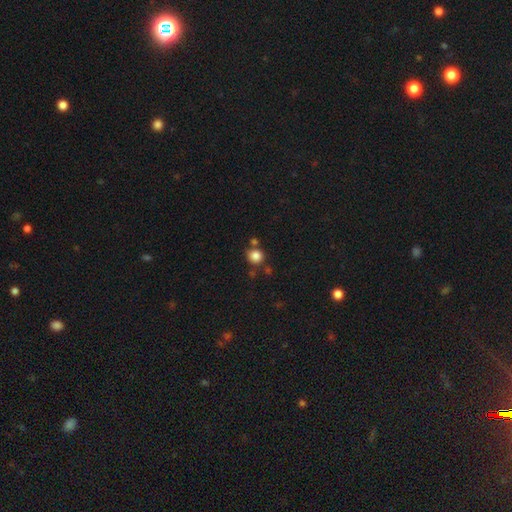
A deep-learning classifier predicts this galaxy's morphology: smooth-or-featured: smooth: 83% | star or artifact: 11% | featured or disk: 5%
  how-rounded: round: 86% | in between: 13% | cigar-shaped: 1%
  merging: none: 74% | merger: 13% | minor disturbance: 10% | major disturbance: 3%